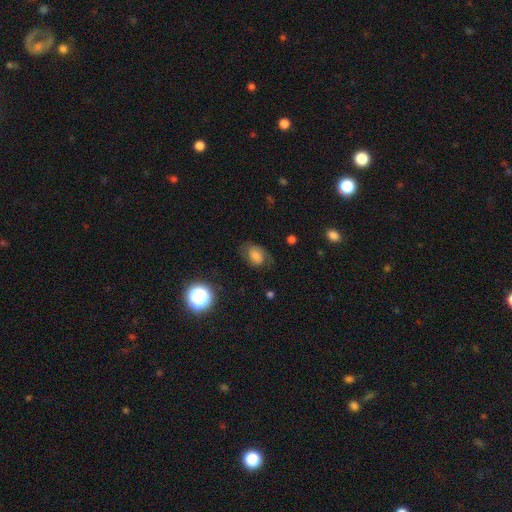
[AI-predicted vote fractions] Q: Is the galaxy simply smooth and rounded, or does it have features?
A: smooth — 56%.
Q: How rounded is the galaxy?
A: in between — 72%.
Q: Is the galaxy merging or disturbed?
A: none — 60%.